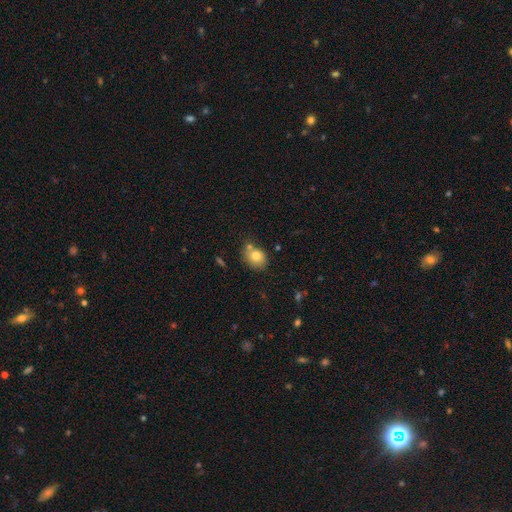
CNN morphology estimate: Overall: smooth (78%). How rounded: in between (50%; round 49%). Merging: none (60%).